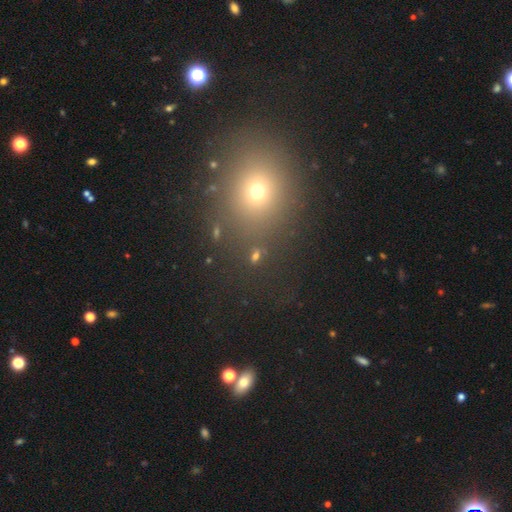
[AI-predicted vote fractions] Smooth or featured: smooth — 57% (star or artifact — 34%)
How rounded: round — 65% (in between — 33%)
Merging: none — 83% (minor disturbance — 9%)